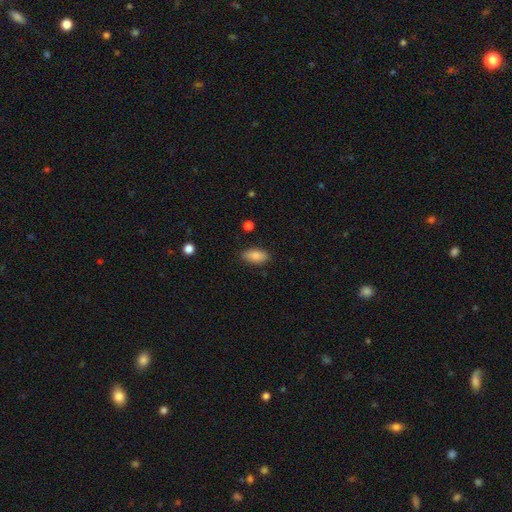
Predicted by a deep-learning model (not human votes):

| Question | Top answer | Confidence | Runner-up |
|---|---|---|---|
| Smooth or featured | smooth | 86% | star or artifact (7%) |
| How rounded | in between | 90% | cigar-shaped (7%) |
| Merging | none | 84% | minor disturbance (12%) |